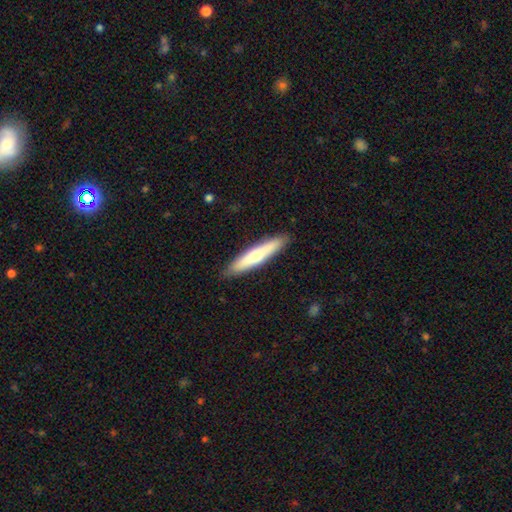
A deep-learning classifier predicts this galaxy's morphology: The model was most divided on "smooth or featured": smooth: 56%, featured or disk: 39%, star or artifact: 5%. More confident: merging — none (90%); how rounded — cigar-shaped (89%).